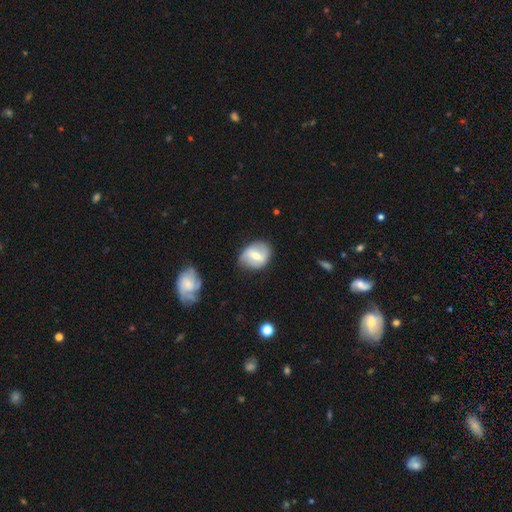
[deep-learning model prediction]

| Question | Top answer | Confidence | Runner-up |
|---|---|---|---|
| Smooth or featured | featured or disk | 55% | smooth (39%) |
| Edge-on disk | no | 94% | yes (6%) |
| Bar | strong | 49% | weak (40%) |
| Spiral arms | yes | 55% | no (45%) |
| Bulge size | moderate | 52% | small (40%) |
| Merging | none | 73% | minor disturbance (20%) |